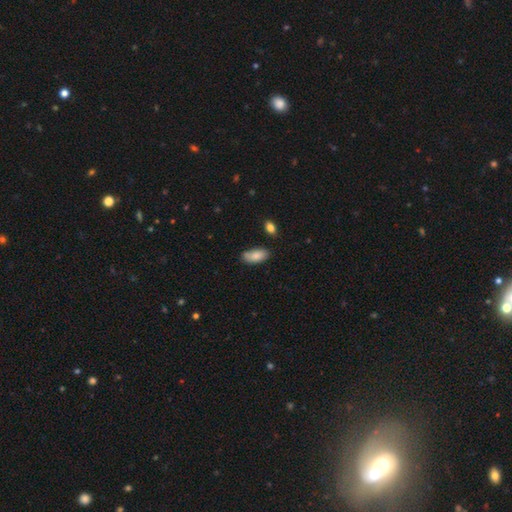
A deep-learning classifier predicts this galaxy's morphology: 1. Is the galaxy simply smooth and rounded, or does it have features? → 85% smooth, 9% featured or disk, 6% star or artifact.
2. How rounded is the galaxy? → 91% in between, 7% cigar-shaped, 2% round.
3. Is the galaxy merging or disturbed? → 73% none, 20% minor disturbance, 4% merger, 3% major disturbance.